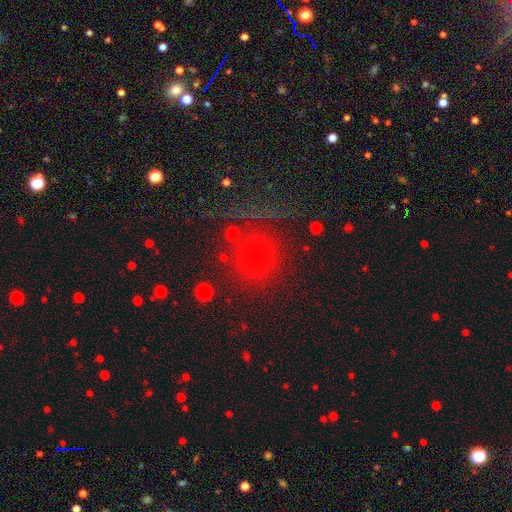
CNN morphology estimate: Overall: smooth (72%). How rounded: round (93%). Merging: none (82%).